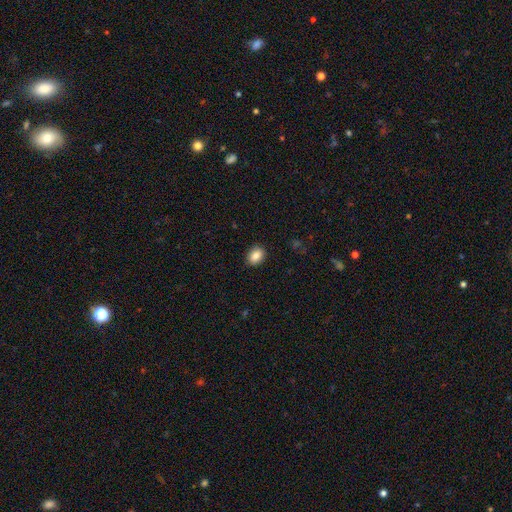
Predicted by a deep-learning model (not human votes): Q: Smooth or featured?
A: smooth (87%); runner-up: star or artifact (8%)
Q: How rounded?
A: in between (66%); runner-up: round (33%)
Q: Merging?
A: none (88%); runner-up: minor disturbance (9%)